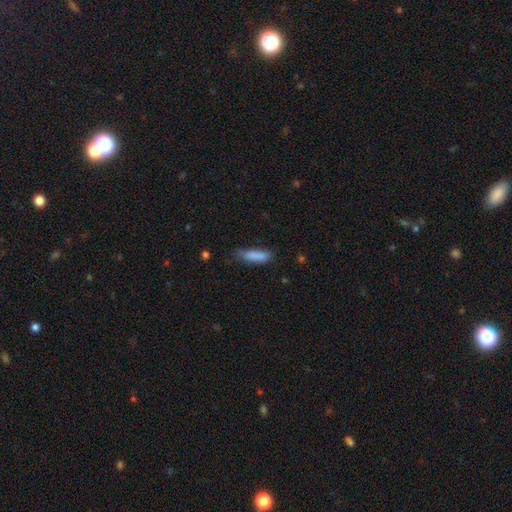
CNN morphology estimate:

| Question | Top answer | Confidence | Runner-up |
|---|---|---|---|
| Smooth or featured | smooth | 85% | featured or disk (8%) |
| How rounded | cigar-shaped | 63% | in between (36%) |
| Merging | none | 64% | minor disturbance (27%) |